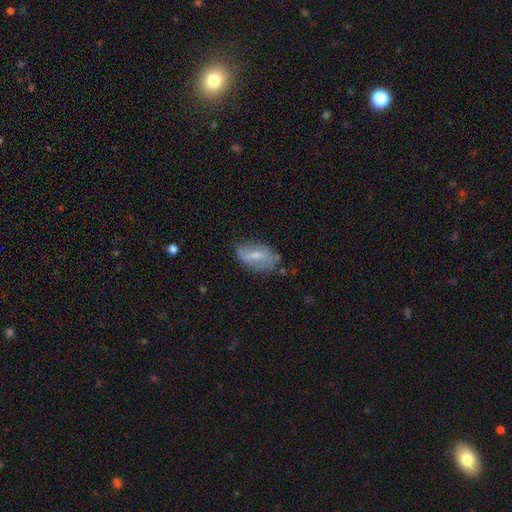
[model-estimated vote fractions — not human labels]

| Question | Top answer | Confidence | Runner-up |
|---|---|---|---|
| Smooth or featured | featured or disk | 46% | tied: smooth (46%) |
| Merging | none | 63% | minor disturbance (26%) |